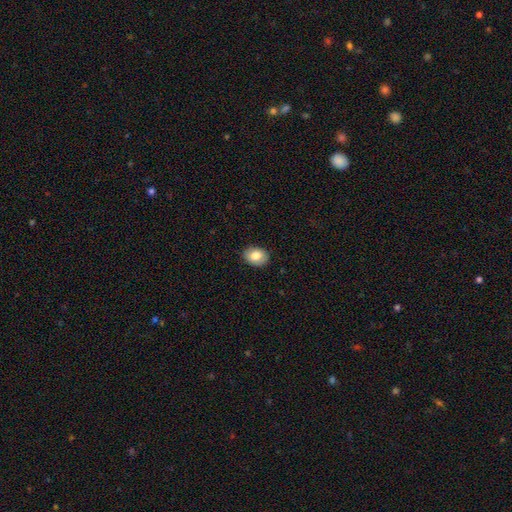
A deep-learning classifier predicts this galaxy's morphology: Q: Smooth or featured?
A: smooth (81%); runner-up: featured or disk (11%)
Q: How rounded?
A: in between (71%); runner-up: round (28%)
Q: Merging?
A: none (89%); runner-up: minor disturbance (8%)